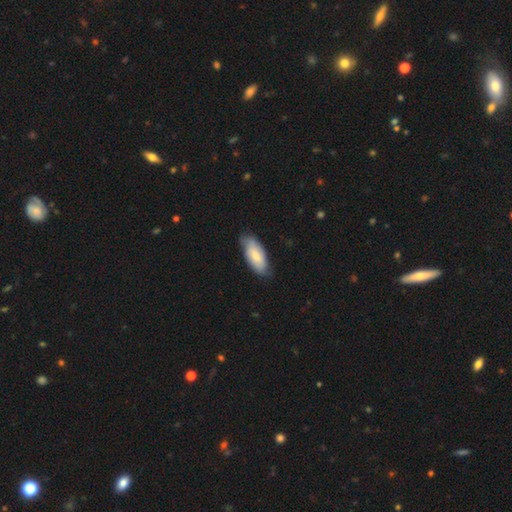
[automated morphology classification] Smooth or featured: smooth — 74% (featured or disk — 21%)
How rounded: in between — 87% (cigar-shaped — 11%)
Merging: none — 69% (minor disturbance — 25%)